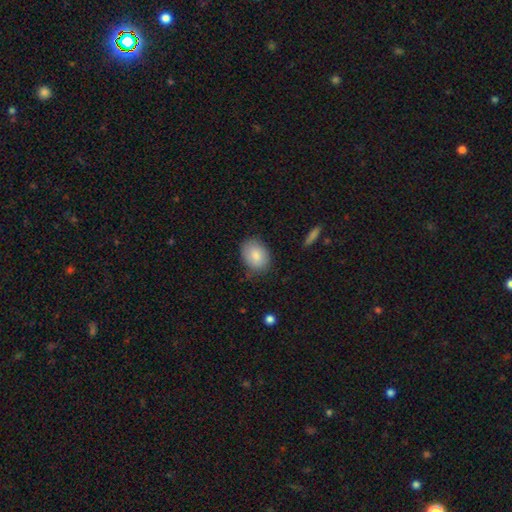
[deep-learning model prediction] smooth 85%, featured or disk 8%, star or artifact 7%. Down the decision tree: how rounded — in between (69%); merging — none (77%).